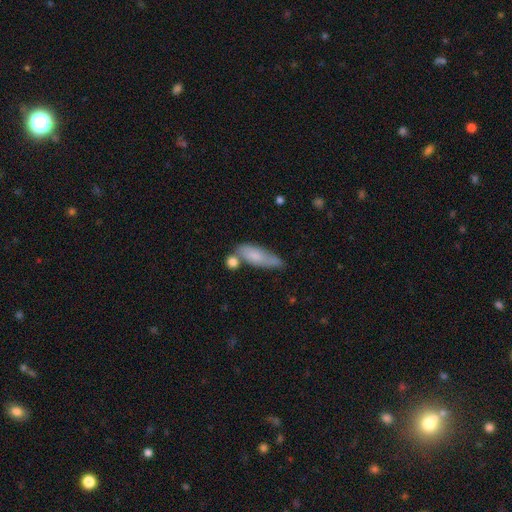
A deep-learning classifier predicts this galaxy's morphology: Smooth or featured: smooth — 72% (featured or disk — 22%)
How rounded: in between — 55% (cigar-shaped — 42%)
Merging: none — 46% (minor disturbance — 24%)